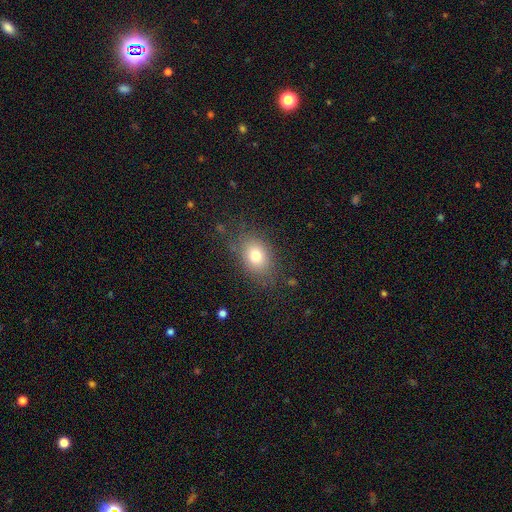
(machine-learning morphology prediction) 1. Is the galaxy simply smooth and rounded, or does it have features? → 76% smooth, 13% featured or disk, 11% star or artifact.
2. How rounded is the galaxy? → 72% in between, 27% round, 1% cigar-shaped.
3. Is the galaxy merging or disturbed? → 77% none, 15% minor disturbance, 6% major disturbance, 2% merger.